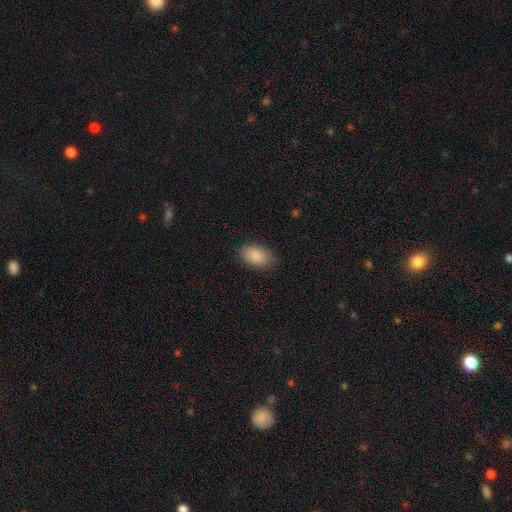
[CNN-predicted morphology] Overall: smooth (89%). How rounded: in between (91%). Merging: none (83%).